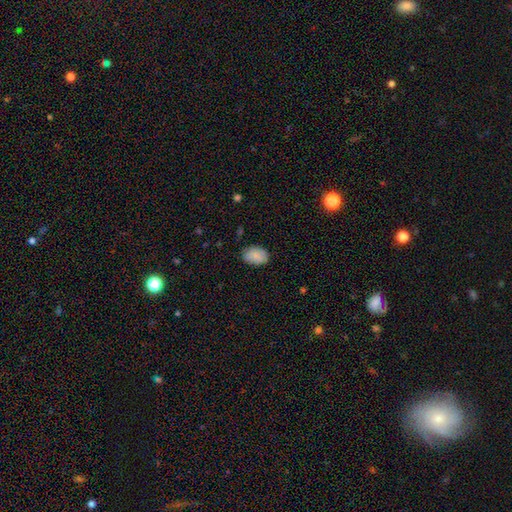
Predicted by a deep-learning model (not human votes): Morphology: type=smooth (86%); roundness=in between (82%); merging=none (79%).